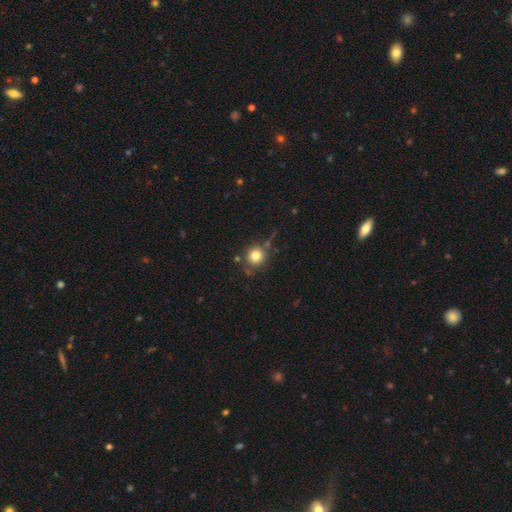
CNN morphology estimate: Q: Smooth or featured?
A: smooth (80%); runner-up: star or artifact (12%)
Q: How rounded?
A: round (91%); runner-up: in between (8%)
Q: Merging?
A: none (77%); runner-up: minor disturbance (12%)